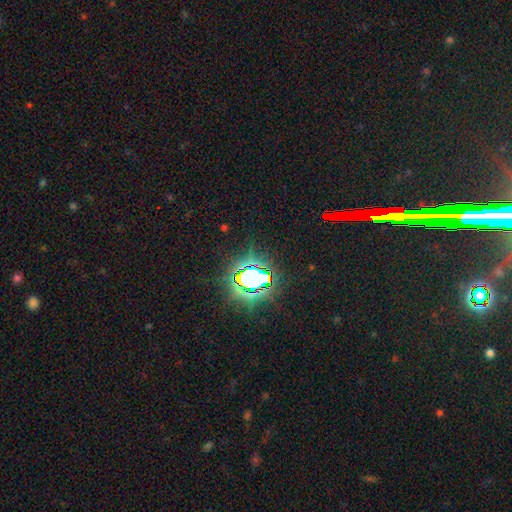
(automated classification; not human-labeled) A star or artifact, not a galaxy (83%).

Vote fractions:
- Smooth or featured? star or artifact: 83% / smooth: 9% / featured or disk: 8%